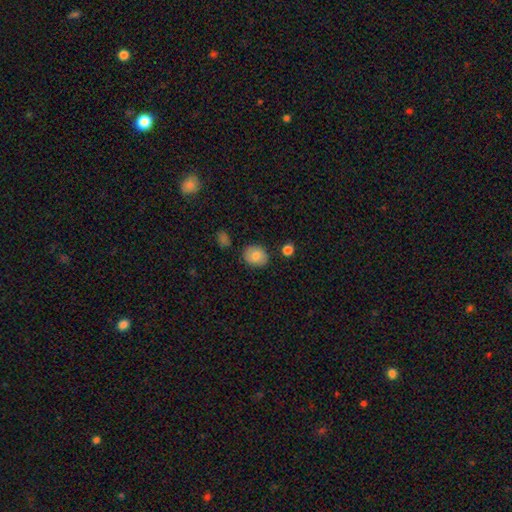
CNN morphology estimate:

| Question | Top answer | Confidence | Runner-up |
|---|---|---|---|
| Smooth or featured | smooth | 82% | featured or disk (10%) |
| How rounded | round | 59% | in between (40%) |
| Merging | none | 84% | minor disturbance (11%) |